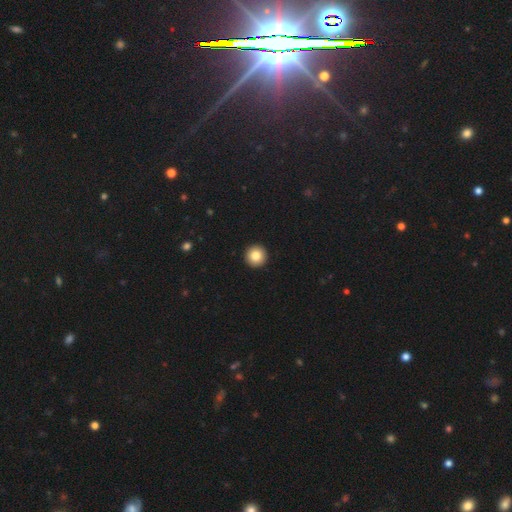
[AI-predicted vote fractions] smooth_or_featured: smooth (p=0.83) [alt: star or artifact p=0.09]
how_rounded: round (p=0.97) [alt: in between p=0.02]
merging: none (p=0.95) [alt: minor disturbance p=0.03]